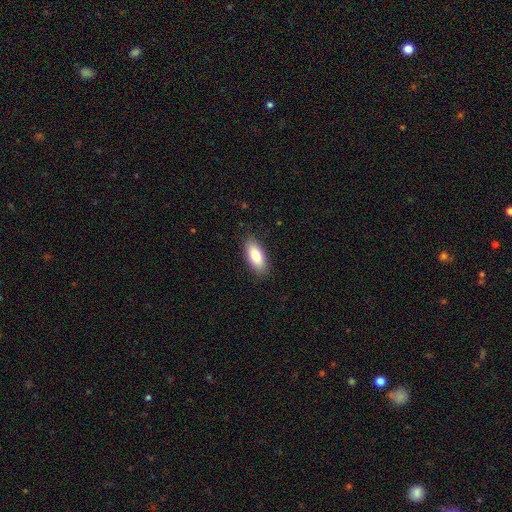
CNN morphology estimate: smooth_or_featured: smooth (p=0.83) [alt: featured or disk p=0.11]
how_rounded: in between (p=0.84) [alt: cigar-shaped p=0.14]
merging: none (p=0.87) [alt: minor disturbance p=0.10]